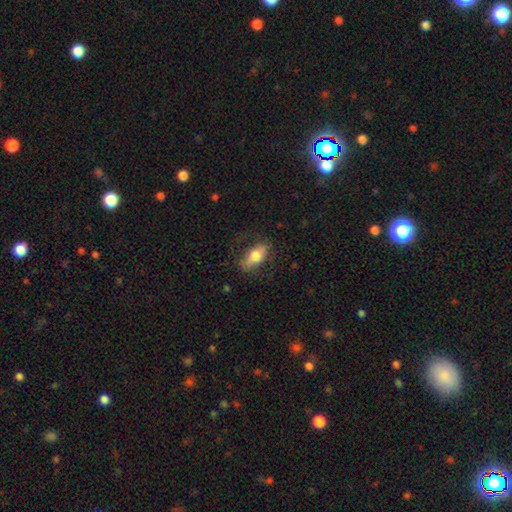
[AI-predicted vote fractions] Smooth or featured? smooth (69%)
How rounded? in between (83%)
Merging? none (70%)